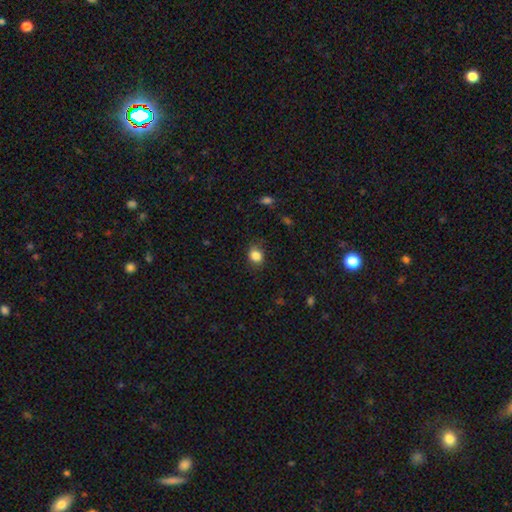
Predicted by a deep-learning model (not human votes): smooth 85%, star or artifact 10%, featured or disk 4%. Down the decision tree: how rounded — round (58%); merging — none (80%).